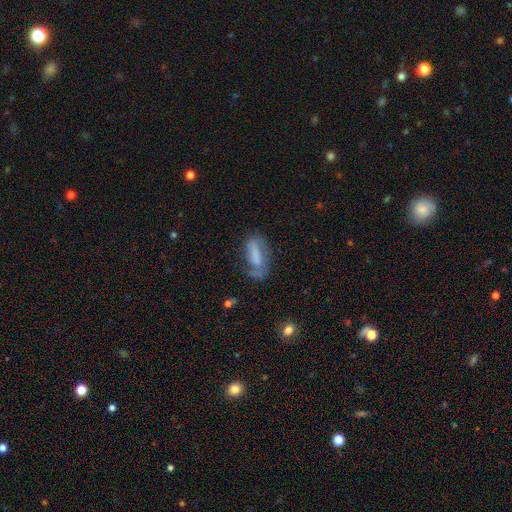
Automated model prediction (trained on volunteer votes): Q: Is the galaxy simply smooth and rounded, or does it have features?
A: smooth — 59%.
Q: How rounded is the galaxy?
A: in between — 63%.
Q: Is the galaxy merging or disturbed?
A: none — 46%.